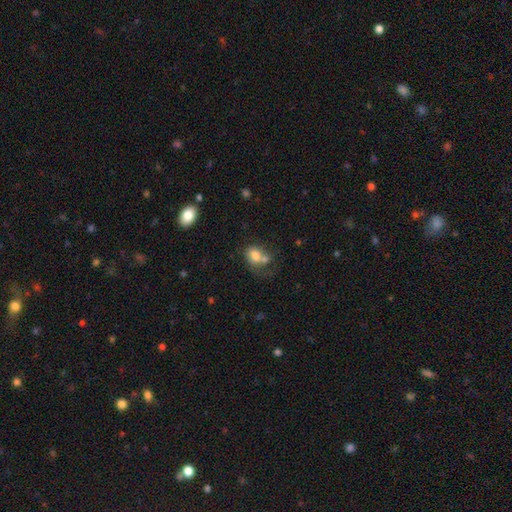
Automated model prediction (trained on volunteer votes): This is likely a smooth galaxy (73%). How rounded: possibly in between (59%). Merging: marginally merger (44%).